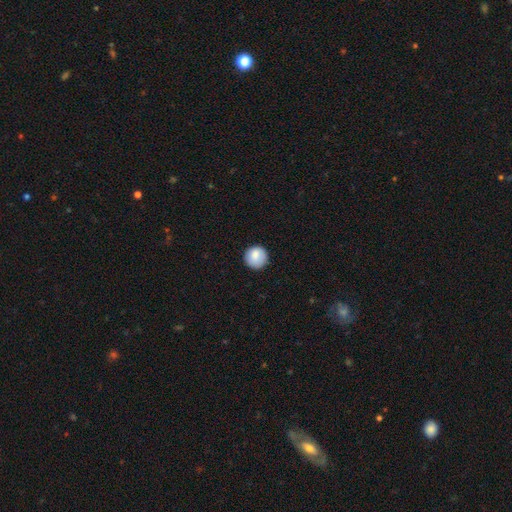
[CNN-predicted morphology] This appears to be a smooth galaxy with no disk features (86%) that is round (95%). Merging: none (87%).